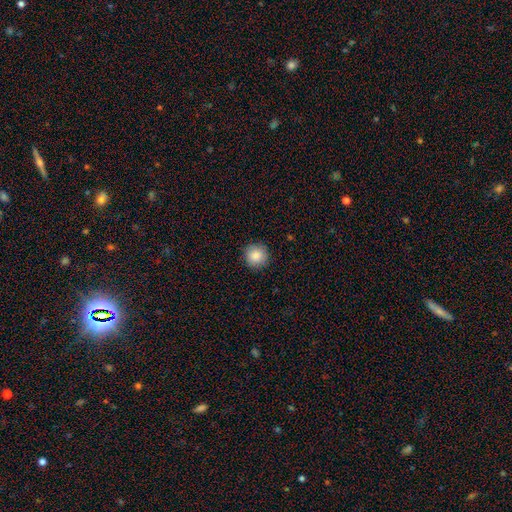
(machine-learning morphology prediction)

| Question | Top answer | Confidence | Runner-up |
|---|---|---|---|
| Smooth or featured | smooth | 87% | star or artifact (9%) |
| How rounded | round | 95% | in between (4%) |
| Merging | none | 91% | minor disturbance (6%) |